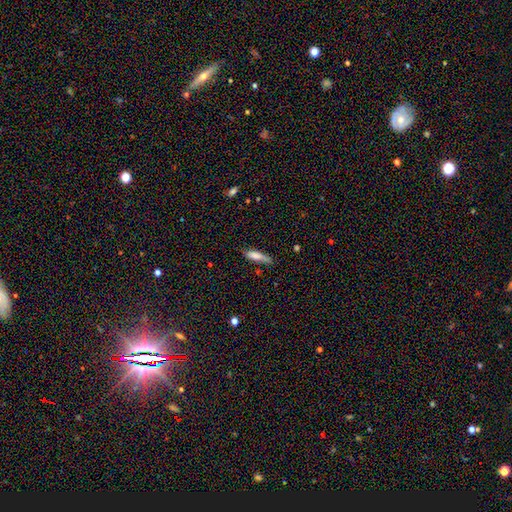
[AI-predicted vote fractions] This appears to be a smooth galaxy with no disk features (76%) that is cigar-shaped (65%). Merging: none (57%).